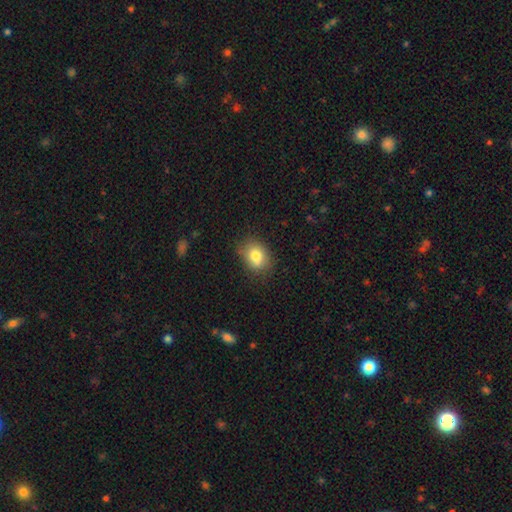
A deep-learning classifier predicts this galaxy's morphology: type=smooth (79%); roundness=in between (54%); merging=none (73%).